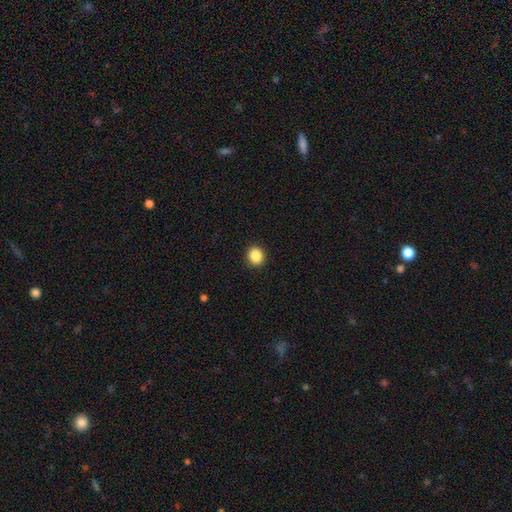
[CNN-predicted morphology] type=smooth (87%); roundness=round (83%); merging=none (92%).